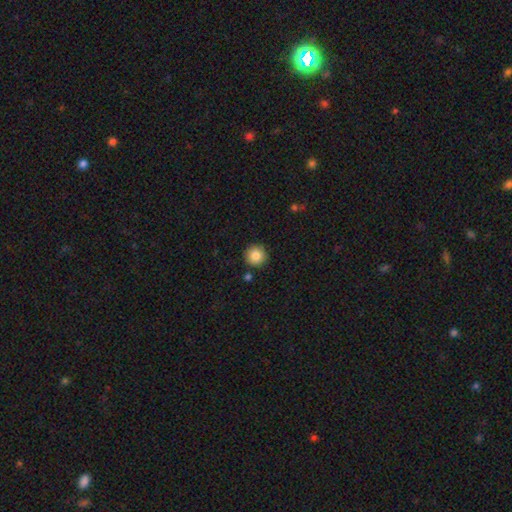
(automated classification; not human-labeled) Morphology: type=smooth (86%); roundness=round (96%); merging=none (89%).